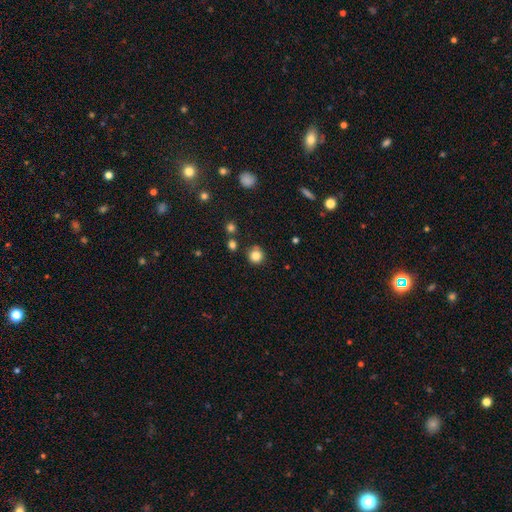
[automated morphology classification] This appears to be a smooth galaxy with no disk features (82%) that is round (93%). Merging: none (82%).